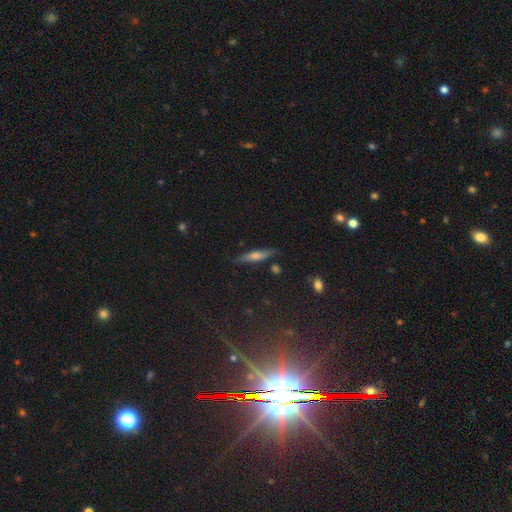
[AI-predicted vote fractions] A featured or disk galaxy (50%) viewed edge-on (92%). Merging: none (83%).